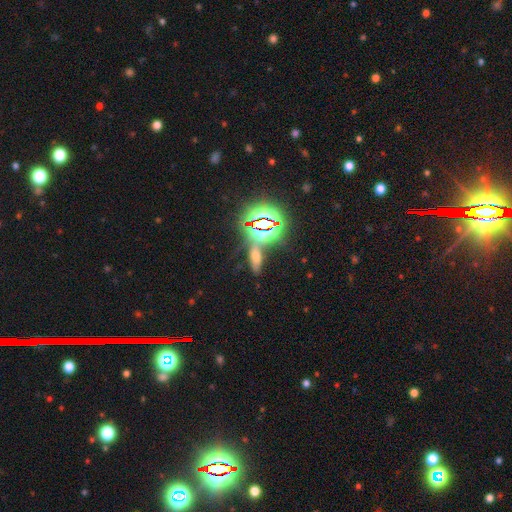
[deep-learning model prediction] star or artifact 44%, smooth 38%, featured or disk 18%.